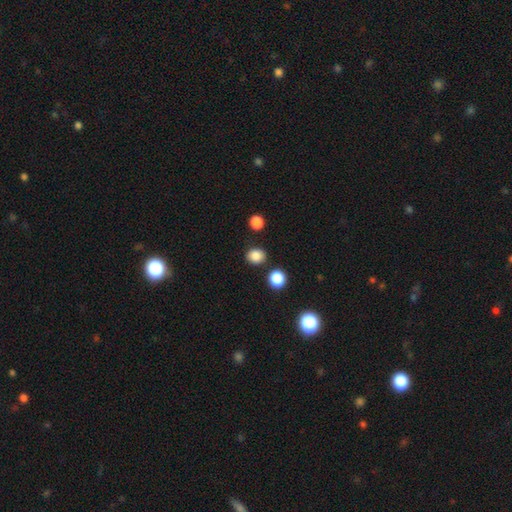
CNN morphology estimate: type=smooth (86%); roundness=round (67%); merging=none (84%).